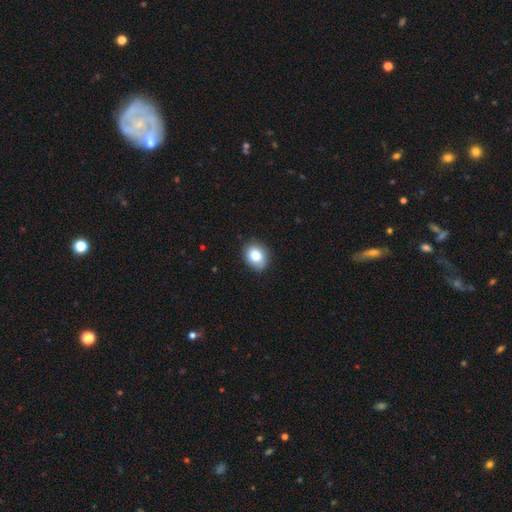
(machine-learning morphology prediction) Q: Smooth or featured?
A: smooth (81%); runner-up: featured or disk (10%)
Q: How rounded?
A: in between (51%); runner-up: round (48%)
Q: Merging?
A: none (81%); runner-up: minor disturbance (15%)